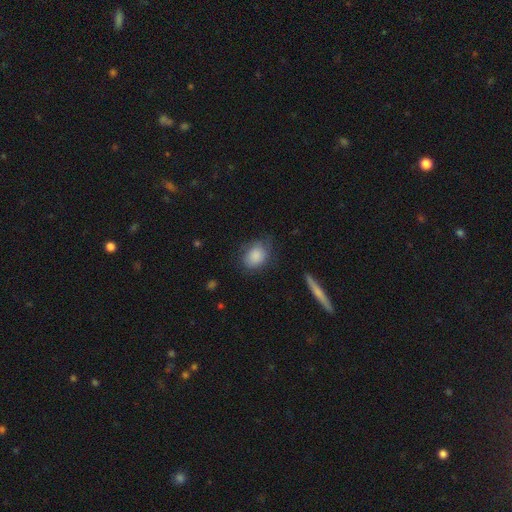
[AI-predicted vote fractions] Smooth or featured? smooth (85%)
How rounded? in between (58%)
Merging? none (66%)